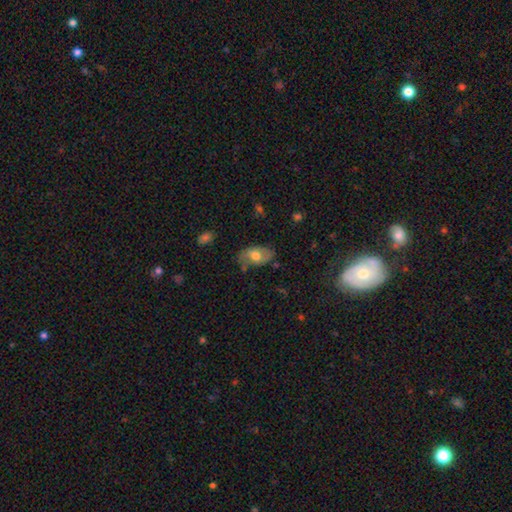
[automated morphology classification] smooth 60%, featured or disk 33%, star or artifact 7%. Down the decision tree: how rounded — in between (90%); merging — none (71%).